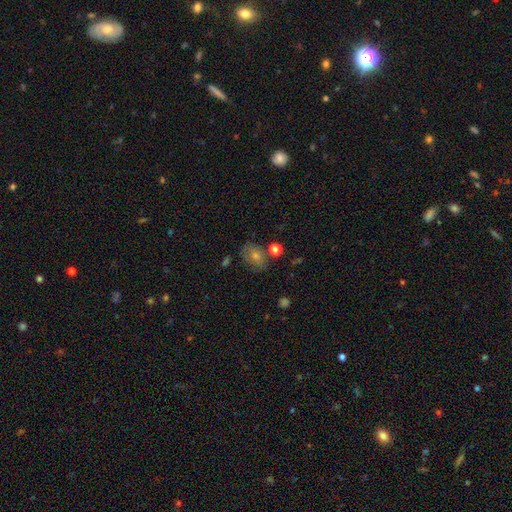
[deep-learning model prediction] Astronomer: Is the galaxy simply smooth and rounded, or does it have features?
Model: smooth — 55%.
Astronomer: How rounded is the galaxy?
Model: in between — 62% (runner-up: round, 37%).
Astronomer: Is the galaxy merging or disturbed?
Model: none — 72%.